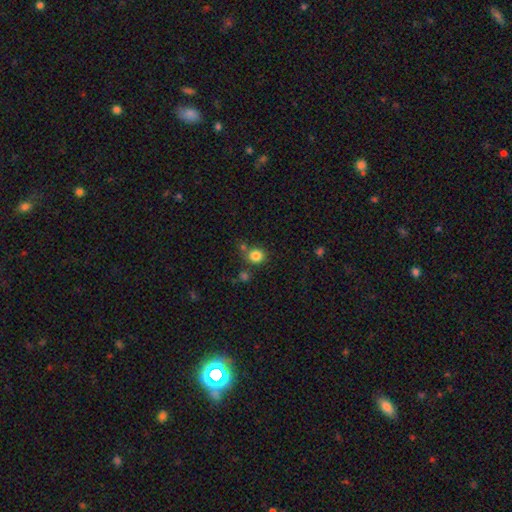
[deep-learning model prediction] This appears to be a smooth galaxy with no disk features (83%) that is round (84%). Merging: none (71%).